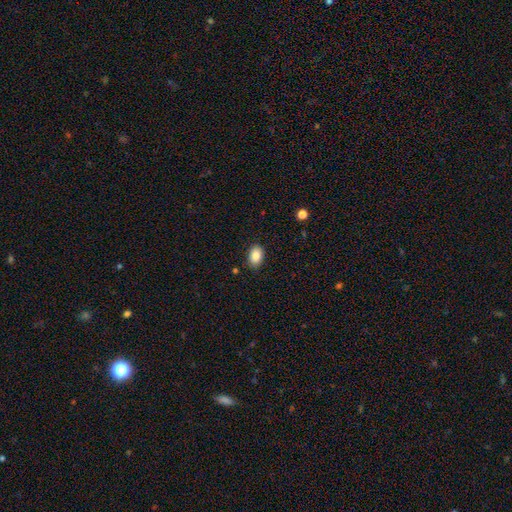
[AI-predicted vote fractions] Smooth or featured?
  - smooth: 87% *
  - star or artifact: 8%
  - featured or disk: 5%
How rounded?
  - in between: 85% *
  - round: 13%
  - cigar-shaped: 1%
Merging?
  - none: 86% *
  - minor disturbance: 10%
  - major disturbance: 2%
  - merger: 1%